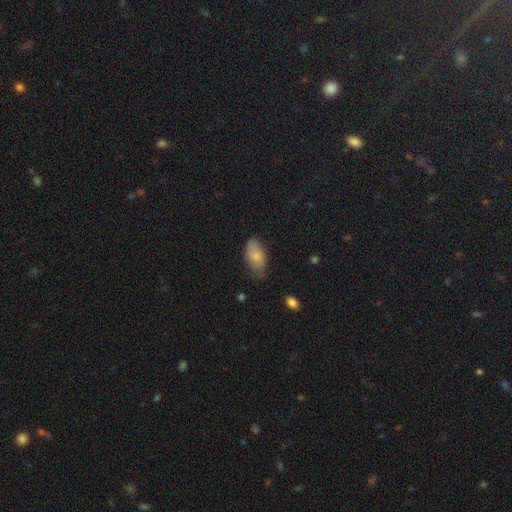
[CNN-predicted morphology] smooth_or_featured: smooth (p=0.80) [alt: featured or disk p=0.14]
how_rounded: in between (p=0.92) [alt: cigar-shaped p=0.05]
merging: none (p=0.60) [alt: minor disturbance p=0.31]